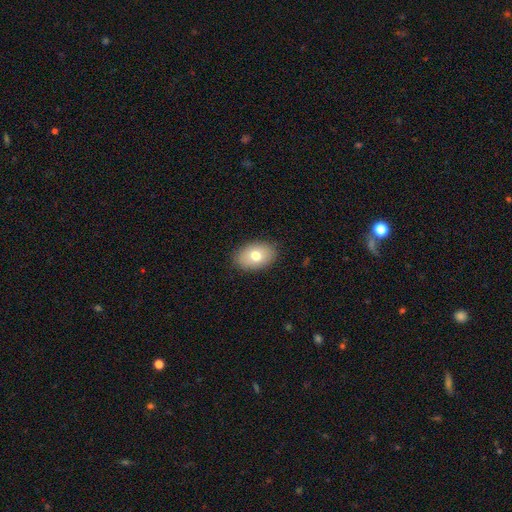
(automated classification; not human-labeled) A smooth galaxy with no disk features (74%) that is in between round and cigar-shaped (84%). Merging: none (87%).